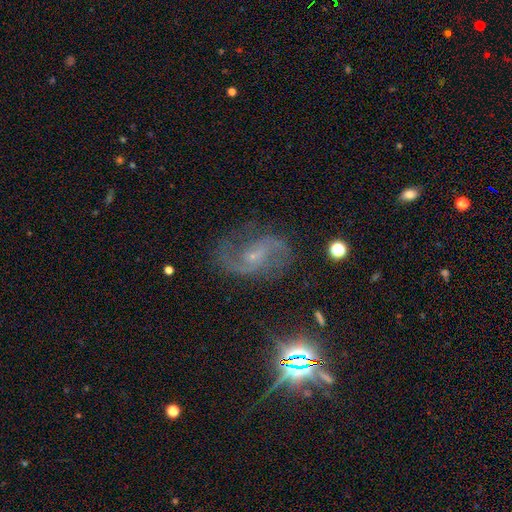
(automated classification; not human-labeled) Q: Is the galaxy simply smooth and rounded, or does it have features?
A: featured or disk — 83%.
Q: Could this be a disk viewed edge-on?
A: no — 97%.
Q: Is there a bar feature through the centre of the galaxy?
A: no — 44%.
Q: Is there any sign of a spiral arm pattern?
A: yes — 96%.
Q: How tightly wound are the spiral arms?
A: medium — 45%.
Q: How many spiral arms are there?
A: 2 — 88%.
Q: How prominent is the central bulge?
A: small — 71%.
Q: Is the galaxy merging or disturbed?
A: none — 71%.